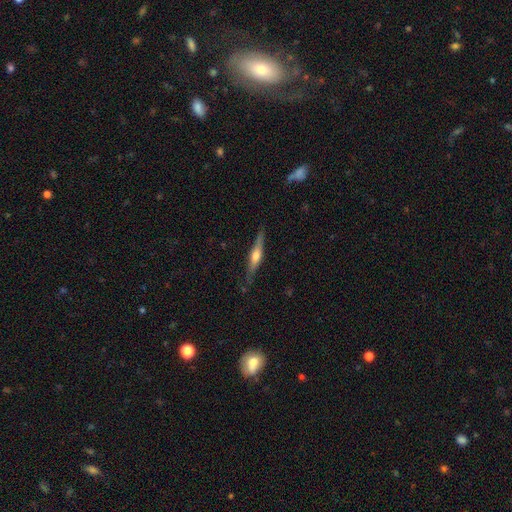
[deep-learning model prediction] Smooth or featured?
  - featured or disk: 64% *
  - smooth: 30%
  - star or artifact: 6%
Edge-on disk?
  - yes: 96% *
  - no: 4%
Edge-on bulge?
  - rounded: 89% *
  - boxy: 7%
  - none: 5%
Merging?
  - none: 83% *
  - minor disturbance: 13%
  - major disturbance: 2%
  - merger: 1%